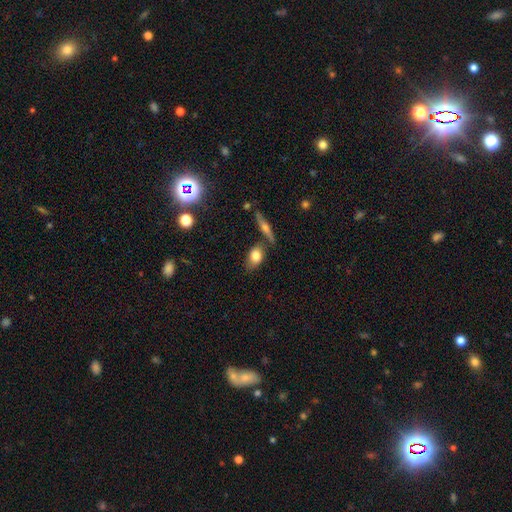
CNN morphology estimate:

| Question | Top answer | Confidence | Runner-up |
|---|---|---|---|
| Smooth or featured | smooth | 76% | featured or disk (16%) |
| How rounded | in between | 80% | round (15%) |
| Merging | none | 65% | minor disturbance (16%) |